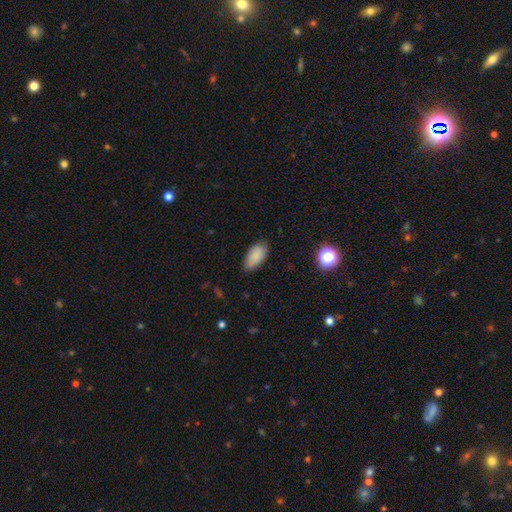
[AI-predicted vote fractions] Overall: smooth (87%). How rounded: in between (92%). Merging: none (76%).